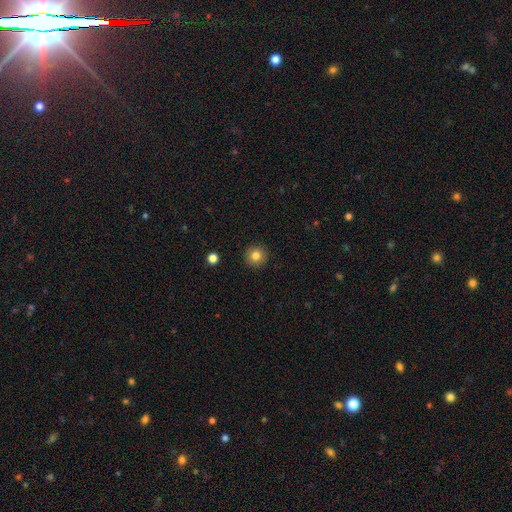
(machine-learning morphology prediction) Overall: smooth (82%). How rounded: round (95%). Merging: none (92%).